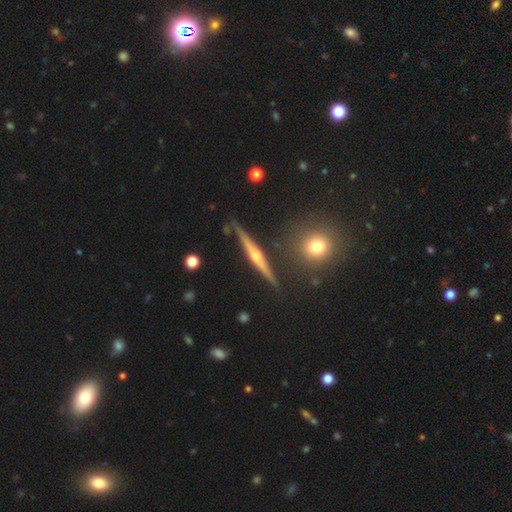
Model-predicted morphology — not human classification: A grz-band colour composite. It shows a featured or disk galaxy (82%) viewed edge-on (98%) with a rounded central bulge (89%). Merging: none (87%).